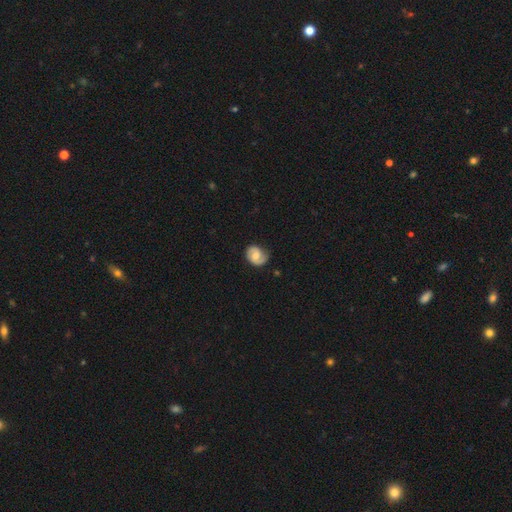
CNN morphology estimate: Q: Smooth or featured?
A: featured or disk (69%); runner-up: smooth (25%)
Q: Edge-on disk?
A: no (98%); runner-up: yes (2%)
Q: Bar?
A: no (53%); runner-up: weak (39%)
Q: Spiral arms?
A: yes (94%); runner-up: no (6%)
Q: Spiral winding?
A: medium (45%); runner-up: tight (37%)
Q: Spiral arm count?
A: 2 (81%); runner-up: 1 (11%)
Q: Bulge size?
A: moderate (56%); runner-up: small (31%)
Q: Merging?
A: none (74%); runner-up: minor disturbance (20%)